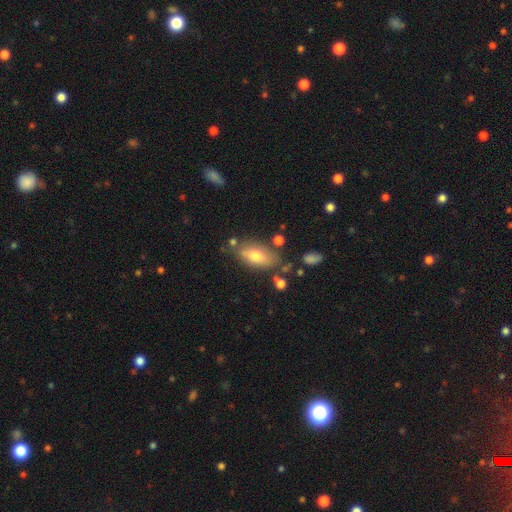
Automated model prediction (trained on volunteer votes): smooth 70%, featured or disk 22%, star or artifact 8%. Down the decision tree: how rounded — in between (87%); merging — none (69%).